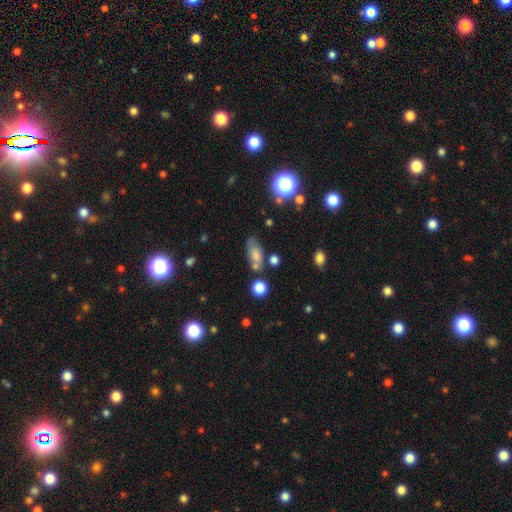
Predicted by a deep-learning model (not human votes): A smooth galaxy with no disk features (69%) that is in between round and cigar-shaped (83%). Merging: none (58%).